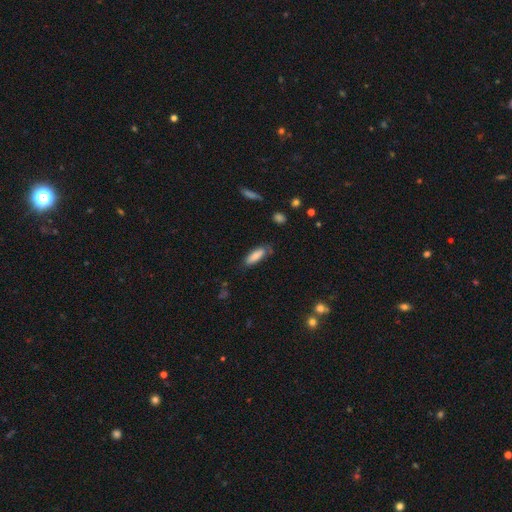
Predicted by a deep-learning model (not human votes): The model was most divided on "how rounded": in between: 59%, cigar-shaped: 39%, round: 2%. More confident: smooth or featured — smooth (81%); merging — none (67%).